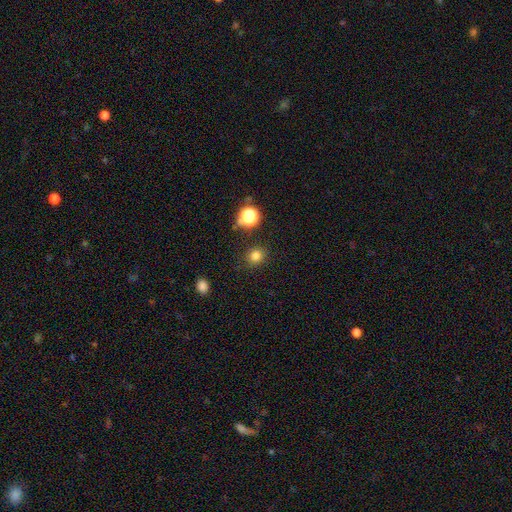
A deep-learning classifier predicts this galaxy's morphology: Smooth or featured? smooth (78%)
How rounded? round (79%)
Merging? none (86%)